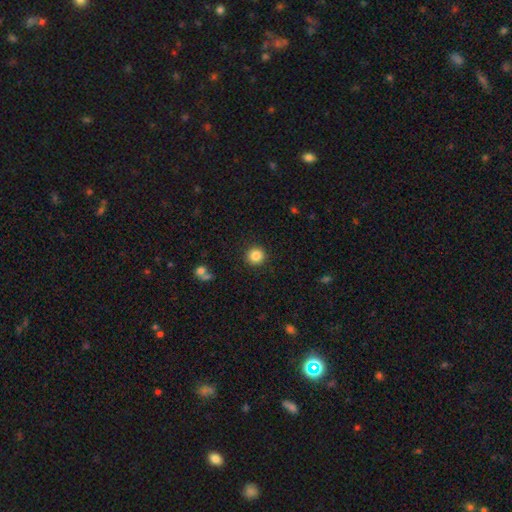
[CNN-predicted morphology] Q: Smooth or featured?
A: smooth (85%); runner-up: star or artifact (10%)
Q: How rounded?
A: round (94%); runner-up: in between (5%)
Q: Merging?
A: none (92%); runner-up: minor disturbance (5%)